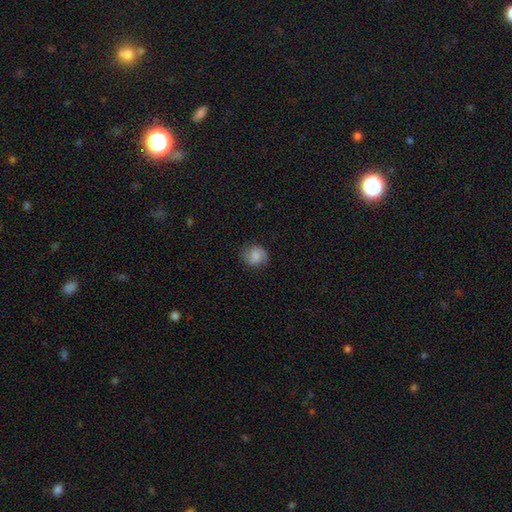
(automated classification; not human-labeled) Smooth or featured? Predicted: smooth (p=0.69). How rounded? Predicted: round (p=0.71). Merging? Predicted: none (p=0.77).